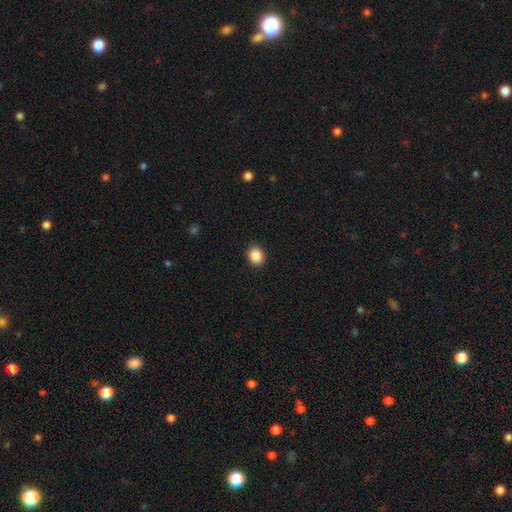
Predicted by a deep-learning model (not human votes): smooth-or-featured: smooth: 88% | star or artifact: 9% | featured or disk: 3%
  how-rounded: round: 58% | in between: 41% | cigar-shaped: 1%
  merging: none: 91% | minor disturbance: 6% | major disturbance: 2% | merger: 1%